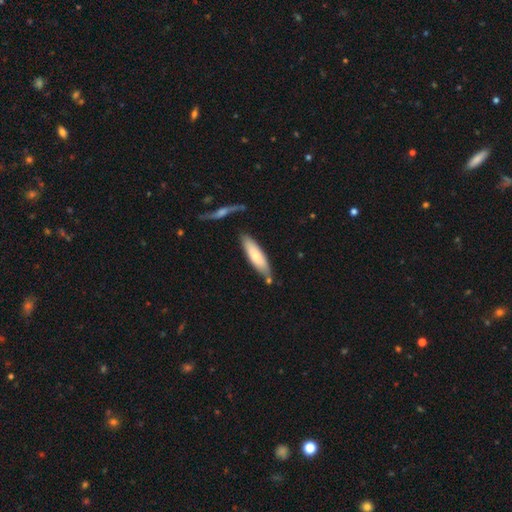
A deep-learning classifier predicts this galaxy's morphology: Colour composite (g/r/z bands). It shows a smooth galaxy with no disk features (71%) that is cigar-shaped (65%). Merging: none (74%).